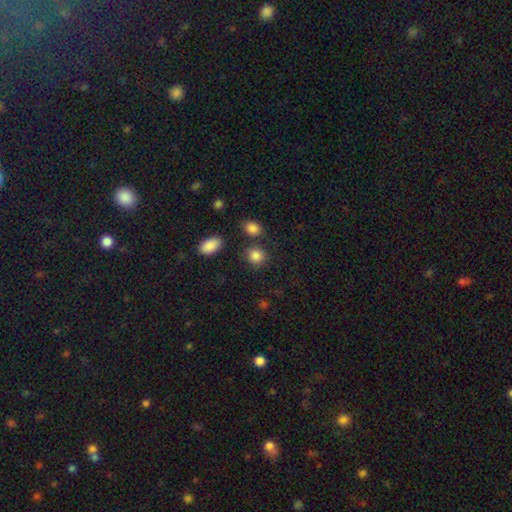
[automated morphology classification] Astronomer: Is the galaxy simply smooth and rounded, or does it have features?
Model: smooth — 86%.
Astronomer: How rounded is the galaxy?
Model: round — 76%.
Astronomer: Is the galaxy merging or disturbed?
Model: none — 76%.